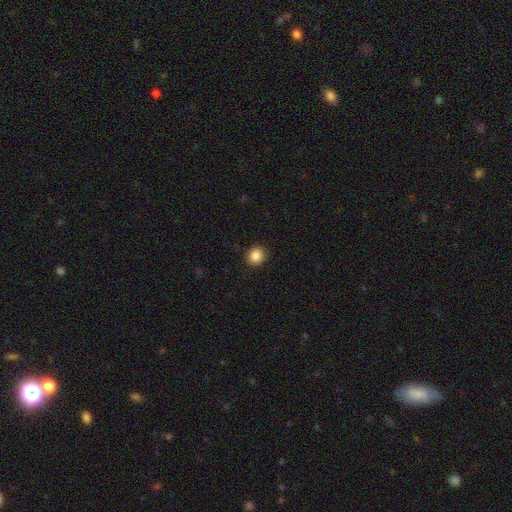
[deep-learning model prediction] A smooth galaxy with no disk features (88%) that is round (89%). Merging: none (90%).